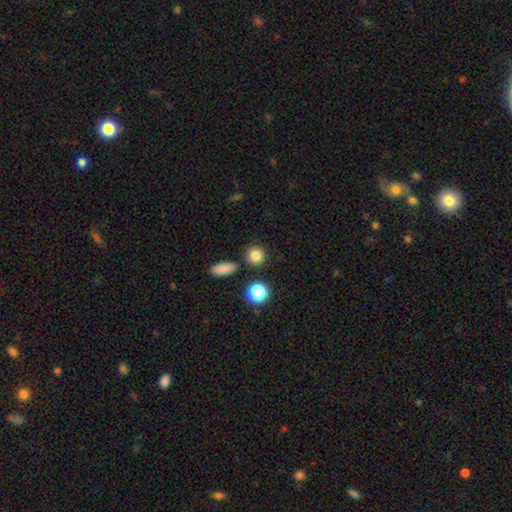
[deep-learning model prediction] The model was most divided on "smooth or featured": smooth: 82%, star or artifact: 13%, featured or disk: 5%. More confident: how rounded — round (89%); merging — none (84%).